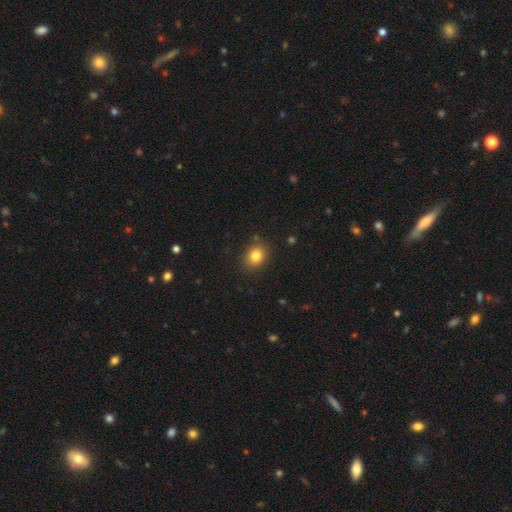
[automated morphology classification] smooth 83%, star or artifact 11%, featured or disk 6%. Down the decision tree: how rounded — round (51%); merging — none (84%).